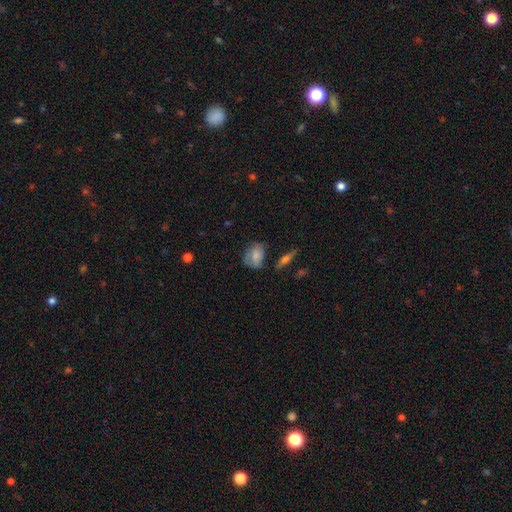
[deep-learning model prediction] Smooth or featured: smooth — 64% (featured or disk — 28%)
How rounded: in between — 60% (round — 38%)
Merging: none — 55% (minor disturbance — 30%)